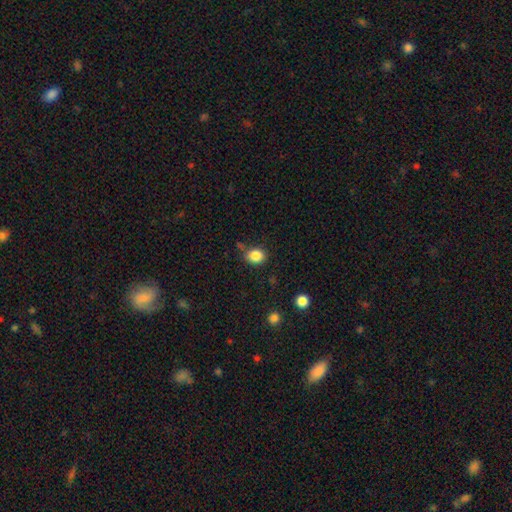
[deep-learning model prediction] Smooth or featured? smooth (85%)
How rounded? round (66%)
Merging? none (76%)